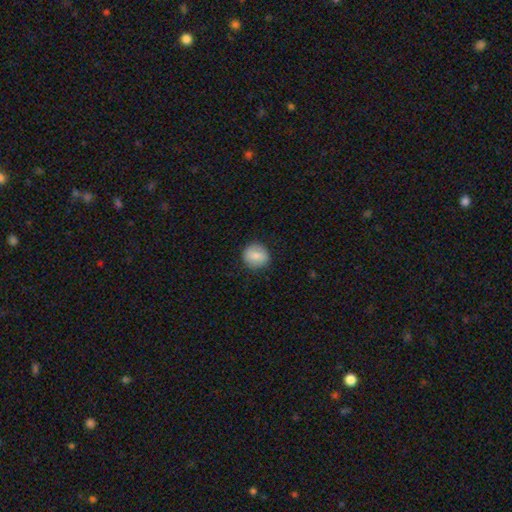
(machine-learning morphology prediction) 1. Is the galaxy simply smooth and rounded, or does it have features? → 79% smooth, 13% featured or disk, 8% star or artifact.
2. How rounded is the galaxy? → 87% round, 12% in between, 1% cigar-shaped.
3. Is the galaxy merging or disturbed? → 87% none, 10% minor disturbance, 3% major disturbance, 1% merger.